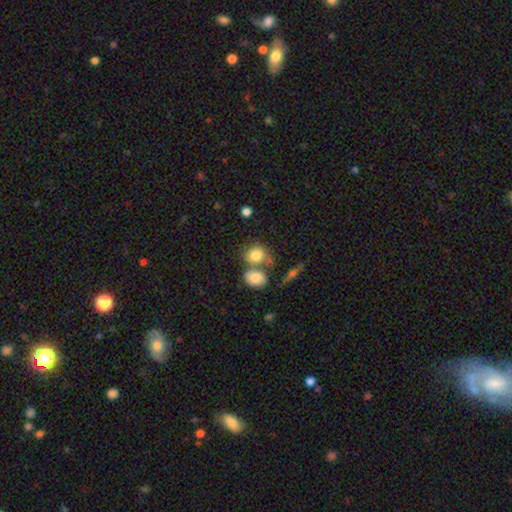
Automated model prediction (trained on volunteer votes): The model was most divided on "merging": none: 44%, merger: 39%, minor disturbance: 12%, major disturbance: 6%. More confident: smooth or featured — smooth (79%); how rounded — round (58%).